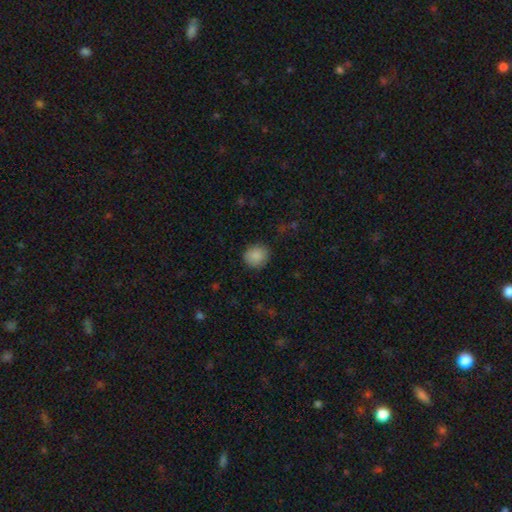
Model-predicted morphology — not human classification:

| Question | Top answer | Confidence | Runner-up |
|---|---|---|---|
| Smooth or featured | smooth | 88% | star or artifact (8%) |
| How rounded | round | 85% | in between (14%) |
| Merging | none | 87% | minor disturbance (9%) |